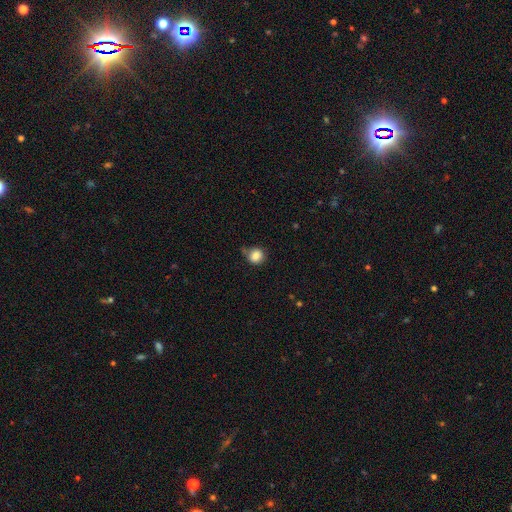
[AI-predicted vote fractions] Morphology: type=smooth (86%); roundness=round (85%); merging=none (64%).